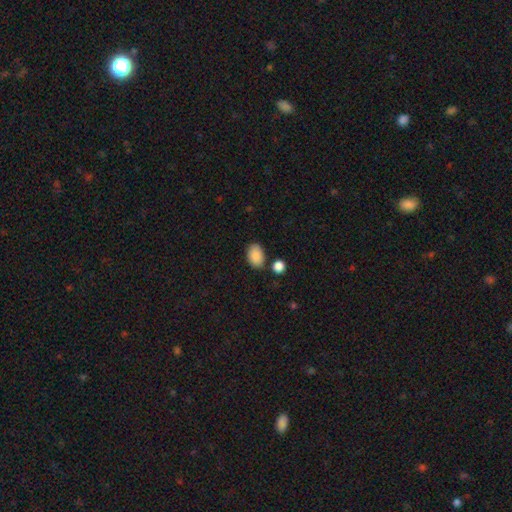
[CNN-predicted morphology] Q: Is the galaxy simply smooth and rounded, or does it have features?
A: smooth — 88%.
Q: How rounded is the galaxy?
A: in between — 87%.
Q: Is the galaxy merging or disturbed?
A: none — 77%.